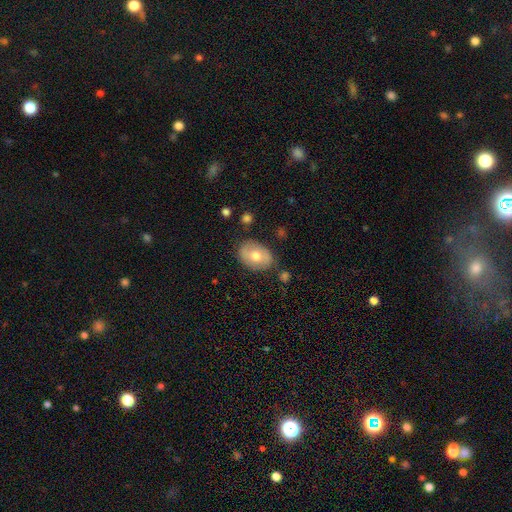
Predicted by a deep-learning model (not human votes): smooth_or_featured: smooth (p=0.66) [alt: featured or disk p=0.27]
how_rounded: in between (p=0.77) [alt: round p=0.22]
merging: none (p=0.77) [alt: minor disturbance p=0.16]